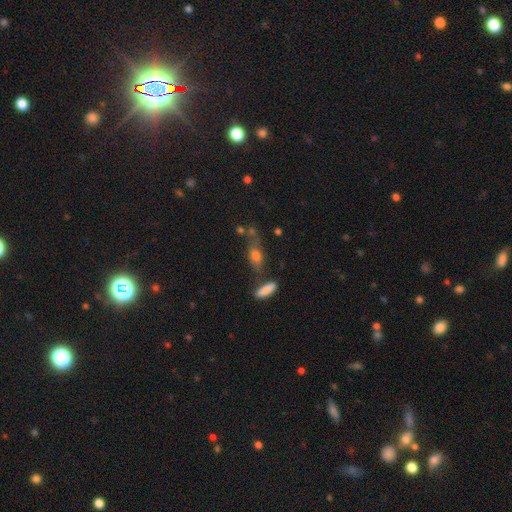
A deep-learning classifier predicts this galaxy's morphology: smooth-or-featured: smooth: 68% | featured or disk: 21% | star or artifact: 11%
  how-rounded: in between: 63% | cigar-shaped: 29% | round: 7%
  merging: none: 53% | minor disturbance: 20% | merger: 16% | major disturbance: 10%